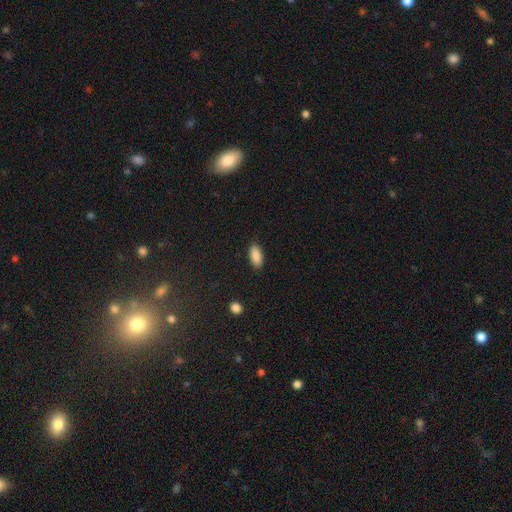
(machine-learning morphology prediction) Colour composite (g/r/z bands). It shows a smooth galaxy with no disk features (89%) that is in between round and cigar-shaped (87%). Merging: none (88%).